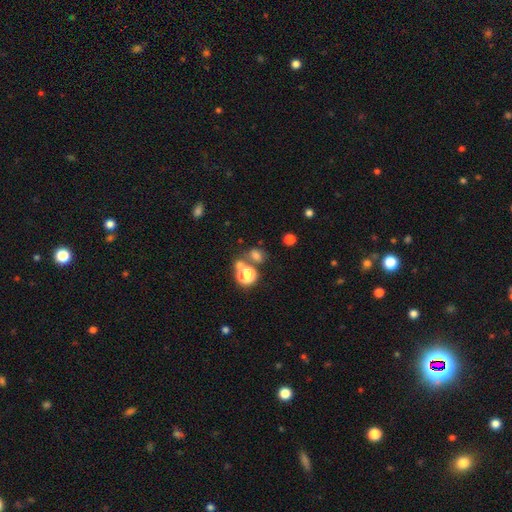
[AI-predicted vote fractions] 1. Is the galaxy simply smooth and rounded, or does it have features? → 68% smooth, 23% star or artifact, 9% featured or disk.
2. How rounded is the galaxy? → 54% round, 44% in between, 1% cigar-shaped.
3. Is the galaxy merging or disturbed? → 60% none, 22% merger, 12% minor disturbance, 6% major disturbance.